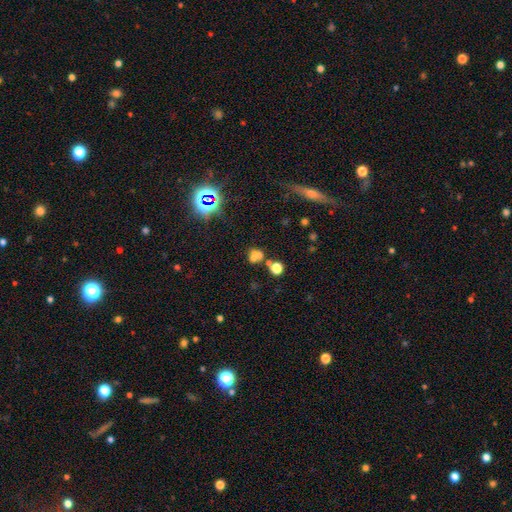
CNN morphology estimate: type=smooth (51%); roundness=round (70%); merging=merger (46%).